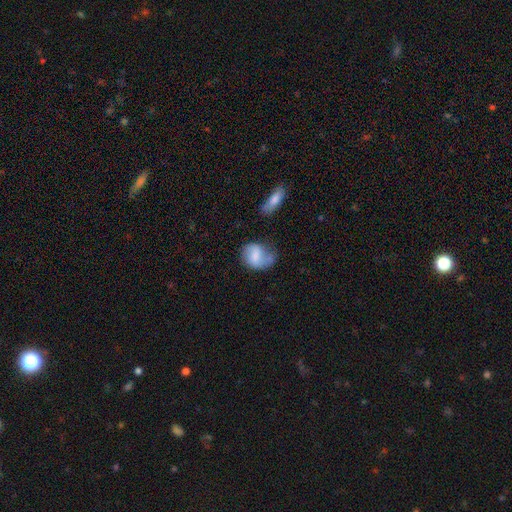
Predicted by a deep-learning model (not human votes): This appears to be a smooth galaxy with no disk features (57%) that is in between round and cigar-shaped (55%). Merging: none (42%).